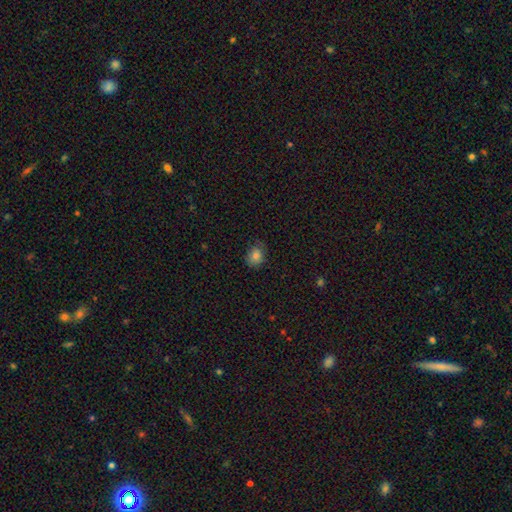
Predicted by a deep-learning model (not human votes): Overall: smooth (80%). How rounded: round (58%; in between 41%). Merging: none (69%).